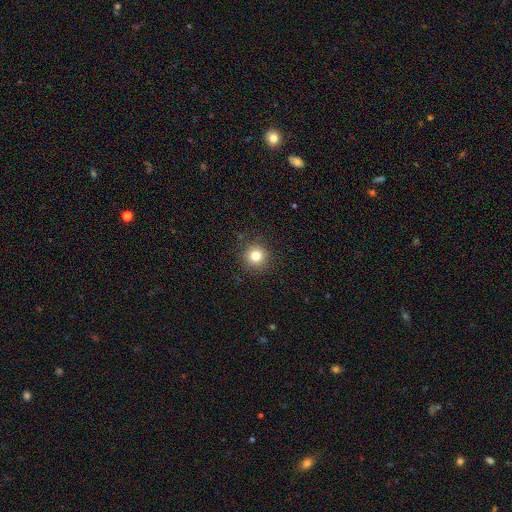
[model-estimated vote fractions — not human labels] Smooth or featured? Predicted: smooth (p=0.80). How rounded? Predicted: round (p=0.95). Merging? Predicted: none (p=0.89).